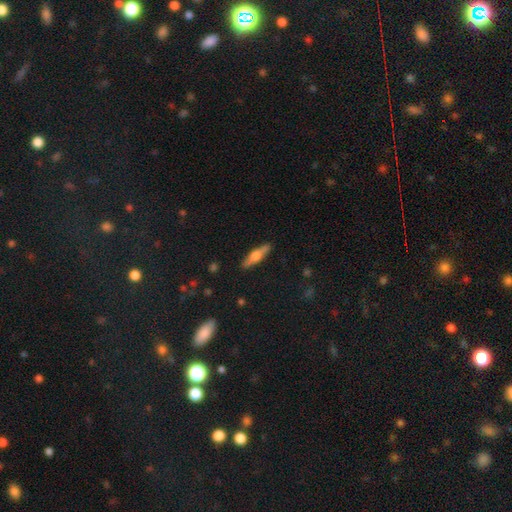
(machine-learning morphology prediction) Overall: featured or disk (47%, tied with smooth). Merging: none (88%).